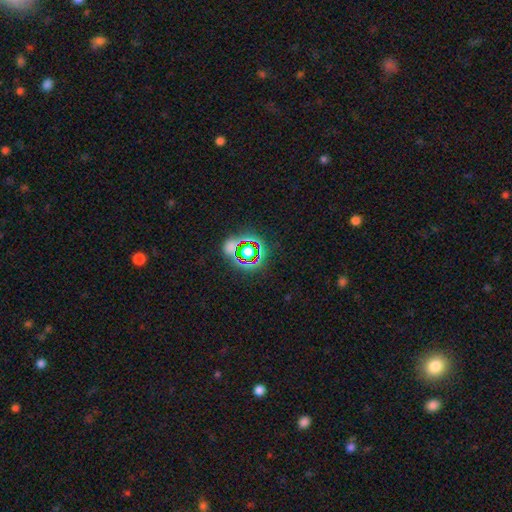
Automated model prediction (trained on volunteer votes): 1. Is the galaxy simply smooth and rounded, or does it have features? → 64% star or artifact, 25% smooth, 12% featured or disk.